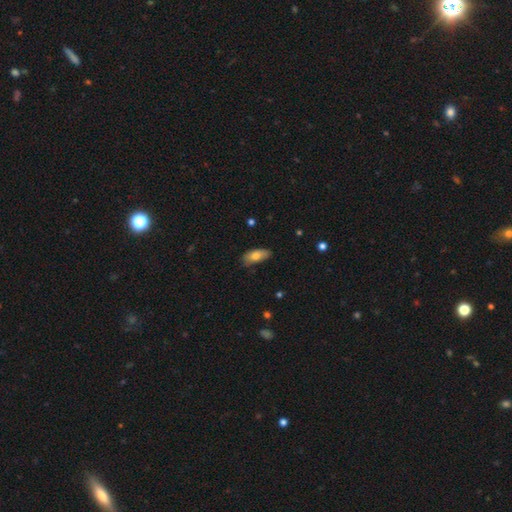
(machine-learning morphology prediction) The model was most divided on "merging": none: 68%, minor disturbance: 26%, major disturbance: 4%, merger: 2%. More confident: how rounded — in between (86%); smooth or featured — smooth (73%).